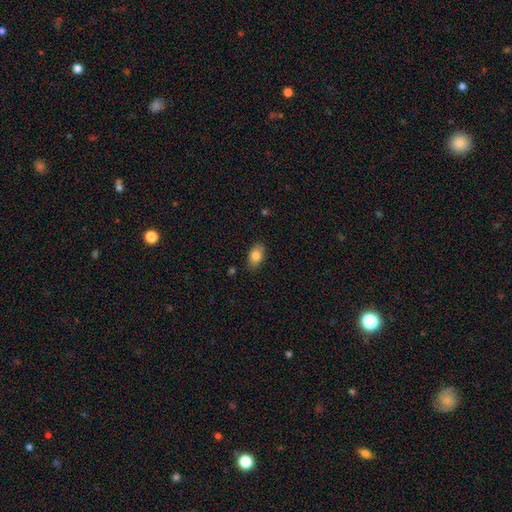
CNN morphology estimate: Smooth or featured? smooth (82%)
How rounded? in between (90%)
Merging? none (84%)